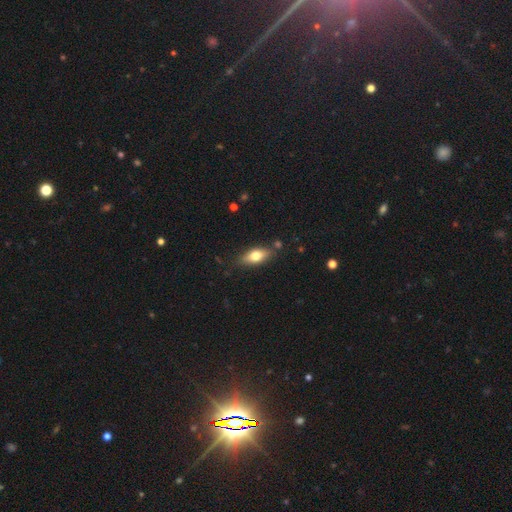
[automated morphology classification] Smooth or featured?
  - smooth: 67% *
  - featured or disk: 26%
  - star or artifact: 7%
How rounded?
  - in between: 77% *
  - cigar-shaped: 19%
  - round: 4%
Merging?
  - none: 80% *
  - minor disturbance: 14%
  - merger: 3%
  - major disturbance: 3%